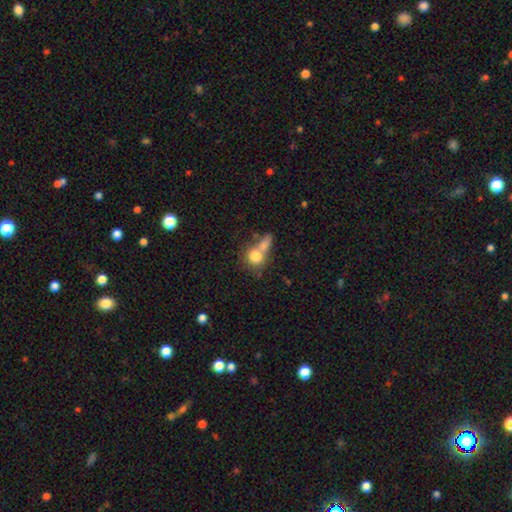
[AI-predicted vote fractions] smooth-or-featured: smooth: 77% | featured or disk: 14% | star or artifact: 9%
  how-rounded: round: 73% | in between: 25% | cigar-shaped: 2%
  merging: merger: 54% | none: 31% | minor disturbance: 9% | major disturbance: 6%